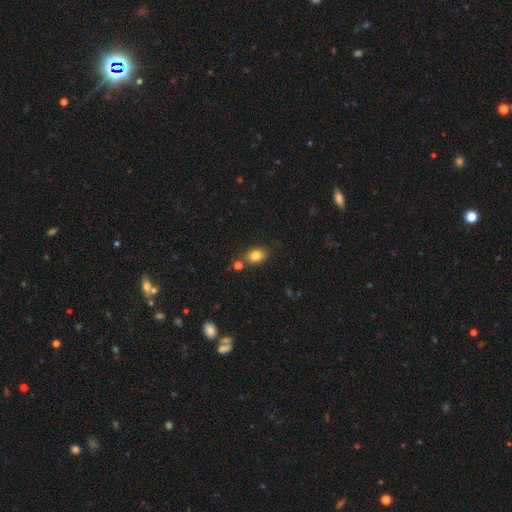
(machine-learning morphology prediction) This is clearly a smooth galaxy (82%). How rounded: likely in between (76%). Merging: likely none (75%).